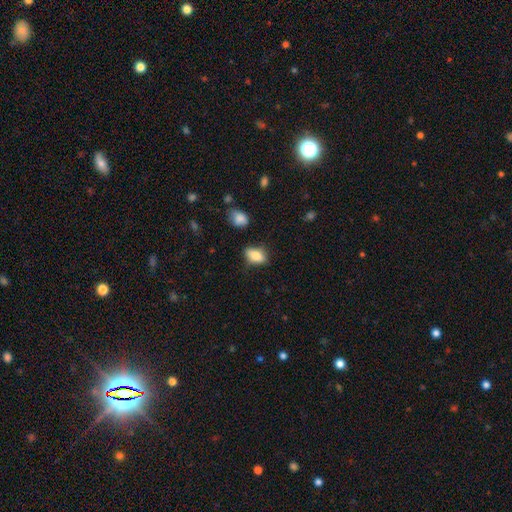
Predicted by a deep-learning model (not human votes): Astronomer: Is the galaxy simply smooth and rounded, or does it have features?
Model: smooth — 84%.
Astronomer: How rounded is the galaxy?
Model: in between — 87%.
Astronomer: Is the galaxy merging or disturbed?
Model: none — 71%.